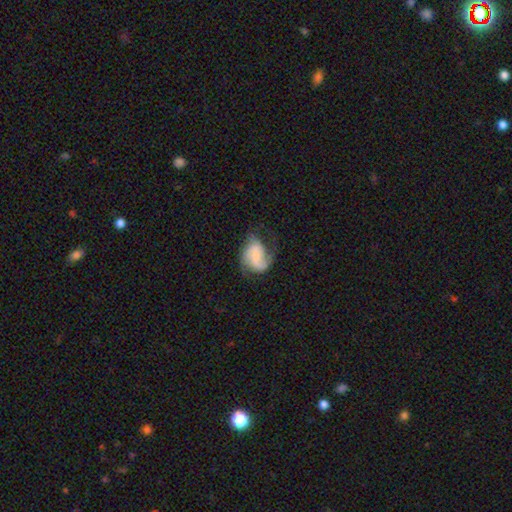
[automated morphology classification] Overall: featured or disk (69%). Edge-on disk: no (98%). Bar: no (50%; weak 39%). Spiral arms: yes (91%). Spiral arm count: 2 (61%). Spiral winding: medium (46%; loose 31%). Bulge size: small (52%; moderate 37%). Merging: none (51%; minor disturbance 27%).